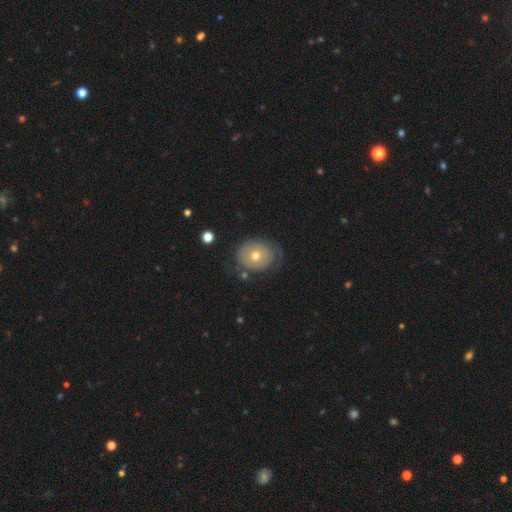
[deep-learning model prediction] smooth 55%, featured or disk 36%, star or artifact 9%. Down the decision tree: how rounded — round (63%); merging — none (67%).